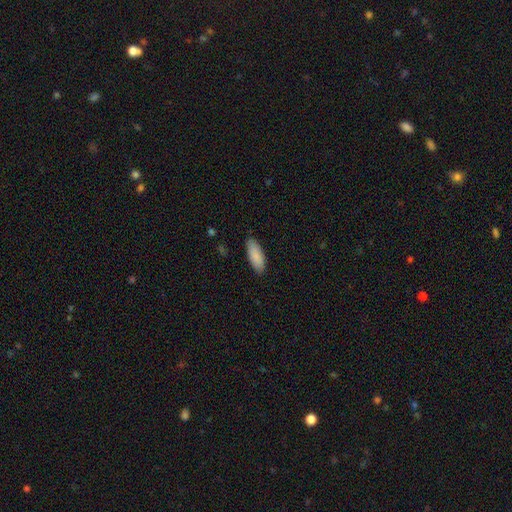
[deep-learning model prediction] A smooth galaxy with no disk features (89%) that is in between round and cigar-shaped (77%).

Vote fractions:
- Smooth or featured? smooth: 89% / featured or disk: 6% / star or artifact: 6%
- How rounded? in between: 77% / cigar-shaped: 22% / round: 2%
- Merging? none: 88% / minor disturbance: 10% / major disturbance: 2% / merger: 1%